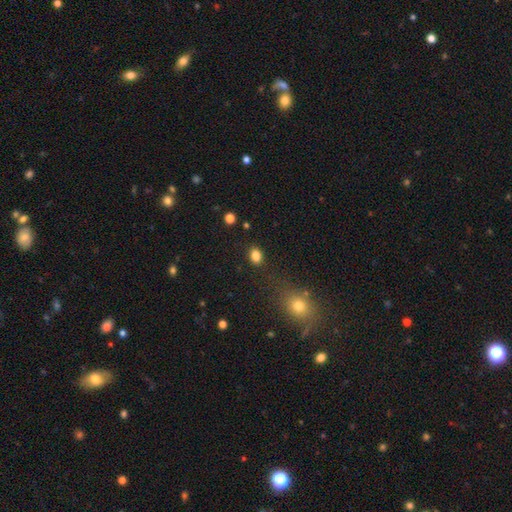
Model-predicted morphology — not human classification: Smooth or featured: smooth — 84% (star or artifact — 11%)
How rounded: in between — 60% (round — 39%)
Merging: none — 84% (minor disturbance — 10%)